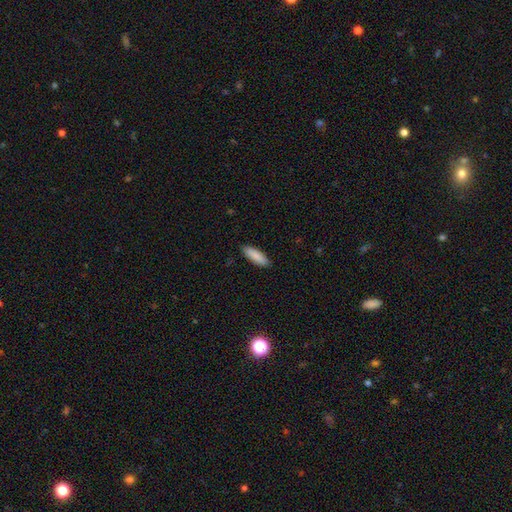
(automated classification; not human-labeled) smooth_or_featured: smooth (p=0.88) [alt: featured or disk p=0.06]
how_rounded: in between (p=0.50) [alt: cigar-shaped p=0.49]
merging: none (p=0.90) [alt: minor disturbance p=0.08]